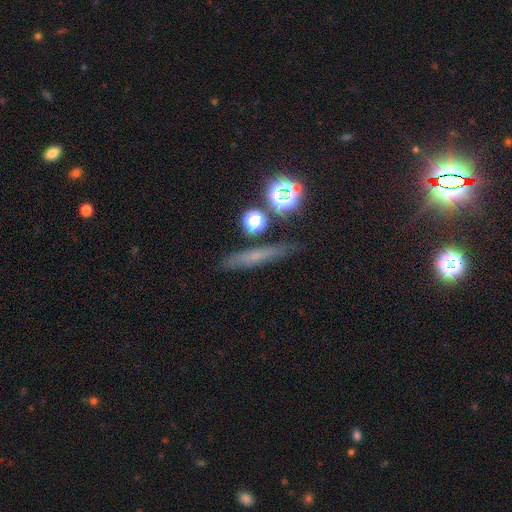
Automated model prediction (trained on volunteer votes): A smooth galaxy with no disk features (45%).

Vote fractions:
- Smooth or featured? smooth: 45% / featured or disk: 31% / star or artifact: 25%
- Merging? none: 80% / minor disturbance: 11% / merger: 5% / major disturbance: 4%